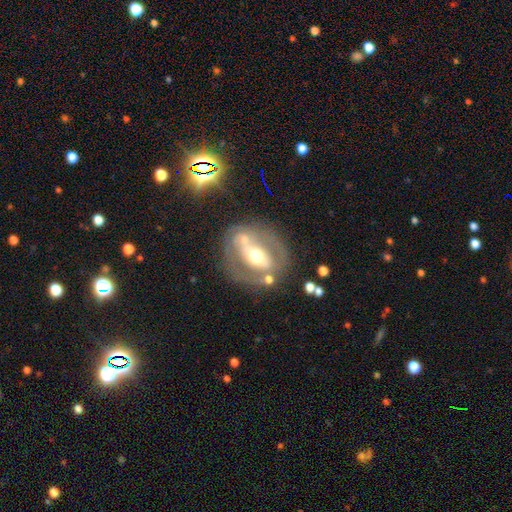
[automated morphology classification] This appears to be a featured or disk galaxy (70%) with a strong bar (47%), no spiral arms (58%) and a moderate central bulge (71%). Merging: none (61%).